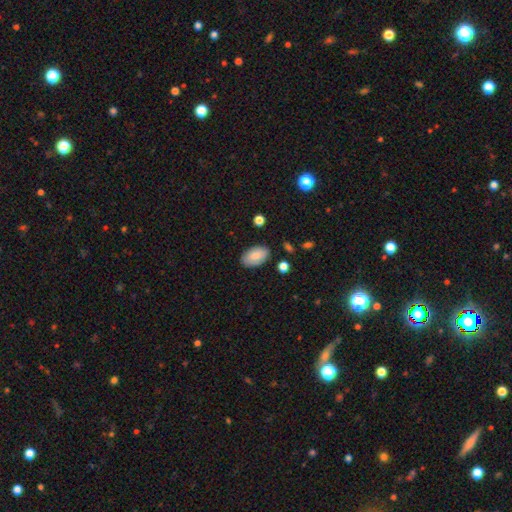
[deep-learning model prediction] The model was most divided on "merging": none: 84%, minor disturbance: 12%, major disturbance: 3%, merger: 2%. More confident: how rounded — in between (94%); smooth or featured — smooth (86%).